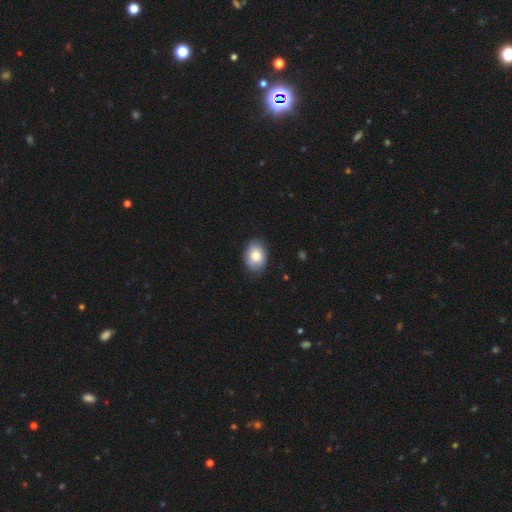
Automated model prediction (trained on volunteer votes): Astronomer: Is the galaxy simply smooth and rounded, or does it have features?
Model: smooth — 81%.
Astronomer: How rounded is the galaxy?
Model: in between — 78%.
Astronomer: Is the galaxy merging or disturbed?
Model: none — 85%.